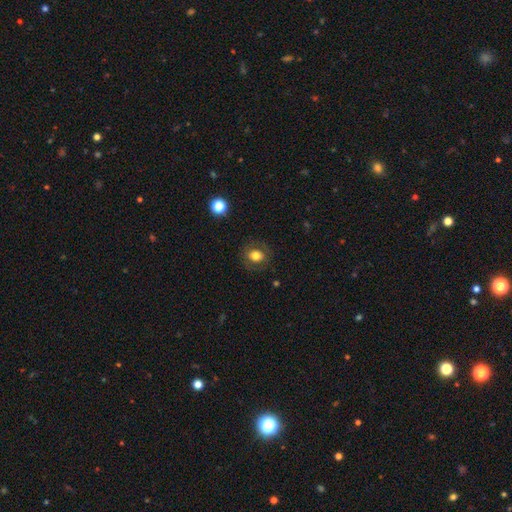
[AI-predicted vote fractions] A smooth galaxy with no disk features (72%) that is round (66%). Merging: none (83%).